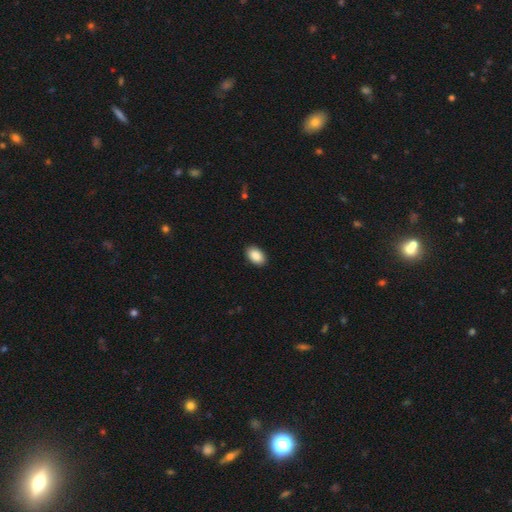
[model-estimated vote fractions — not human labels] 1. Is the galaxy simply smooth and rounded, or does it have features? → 90% smooth, 7% star or artifact, 3% featured or disk.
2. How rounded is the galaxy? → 91% in between, 8% round, 1% cigar-shaped.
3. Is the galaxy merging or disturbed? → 90% none, 7% minor disturbance, 2% major disturbance, 1% merger.